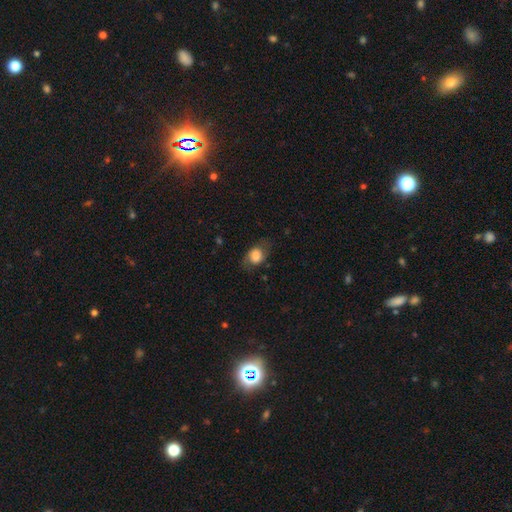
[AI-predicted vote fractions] Overall: smooth (71%). How rounded: in between (64%; round 34%). Merging: none (66%).